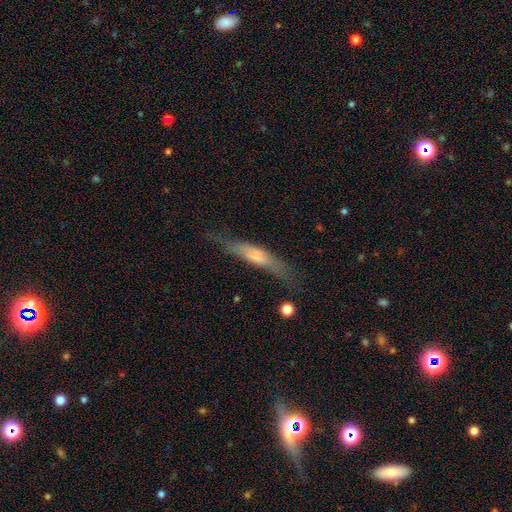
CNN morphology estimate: Smooth or featured?
  - smooth: 47% *
  - featured or disk: 46%
  - star or artifact: 7%
Merging?
  - none: 64% *
  - minor disturbance: 24%
  - major disturbance: 10%
  - merger: 3%